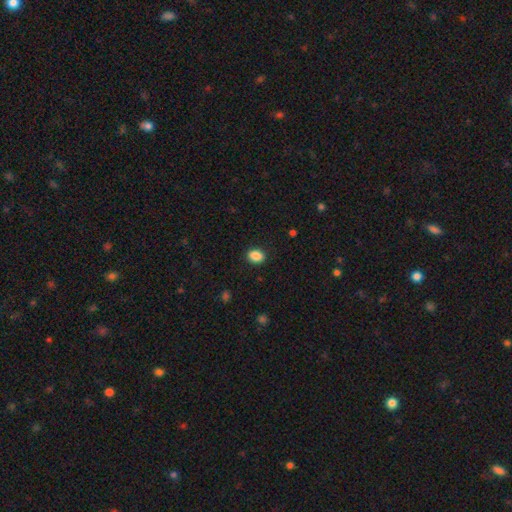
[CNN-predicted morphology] smooth-or-featured: smooth: 88% | star or artifact: 9% | featured or disk: 3%
  how-rounded: in between: 68% | round: 31% | cigar-shaped: 1%
  merging: none: 90% | minor disturbance: 7% | major disturbance: 2% | merger: 1%